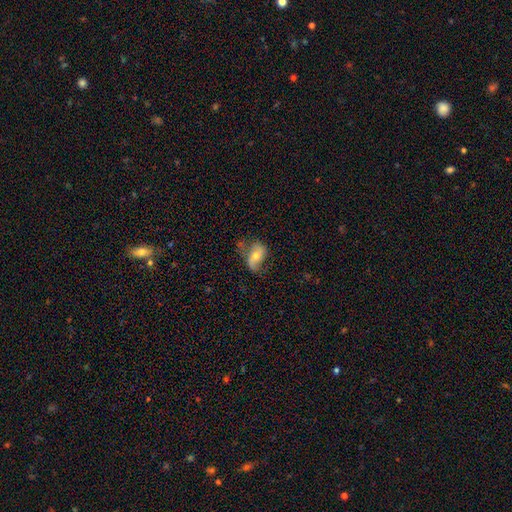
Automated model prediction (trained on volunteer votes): Q: Smooth or featured?
A: featured or disk (48%); runner-up: smooth (44%)
Q: Merging?
A: none (47%); runner-up: minor disturbance (31%)